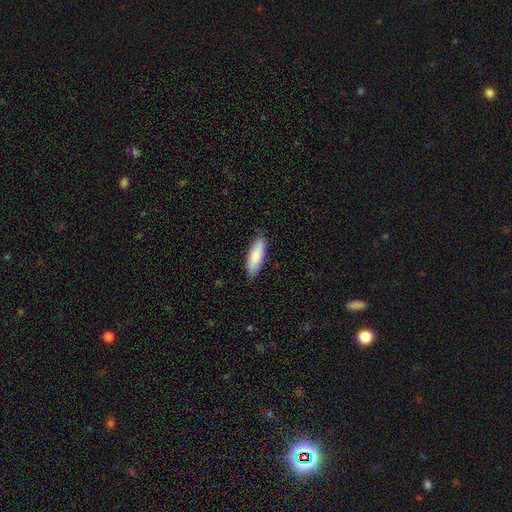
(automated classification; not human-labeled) A smooth galaxy with no disk features (85%) that is in between round and cigar-shaped (54%).

Vote fractions:
- Smooth or featured? smooth: 85% / featured or disk: 10% / star or artifact: 5%
- How rounded? in between: 54% / cigar-shaped: 44% / round: 1%
- Merging? none: 87% / minor disturbance: 11% / major disturbance: 2% / merger: 1%